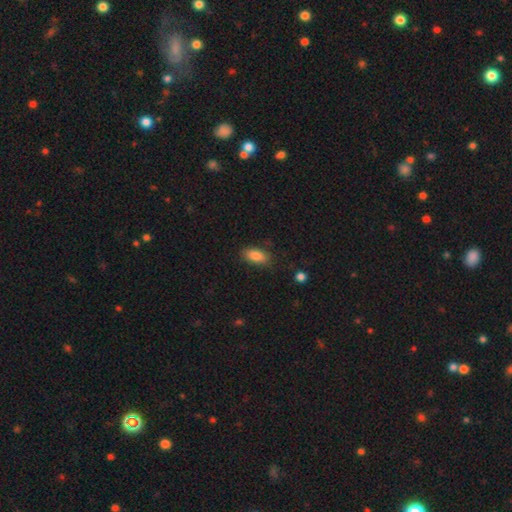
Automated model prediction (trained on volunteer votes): smooth_or_featured: smooth (p=0.86) [alt: star or artifact p=0.08]
how_rounded: in between (p=0.88) [alt: cigar-shaped p=0.08]
merging: none (p=0.81) [alt: minor disturbance p=0.14]